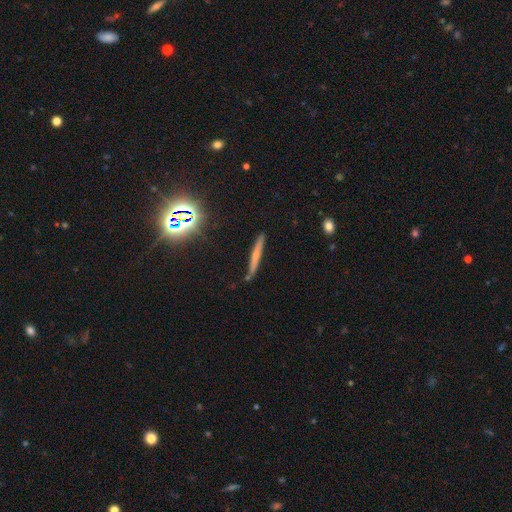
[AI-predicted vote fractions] Morphology: type=smooth (44%); merging=none (83%).